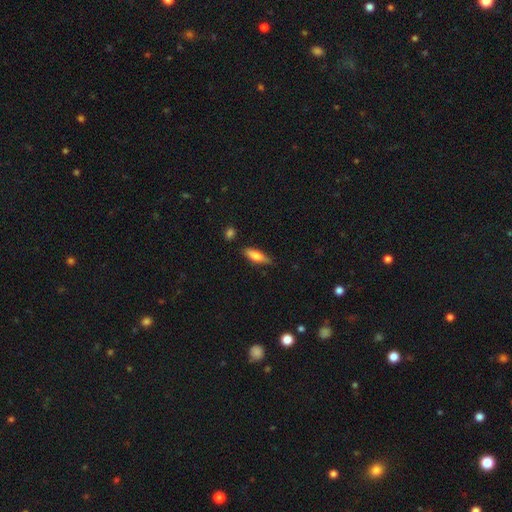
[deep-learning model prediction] smooth 72%, featured or disk 21%, star or artifact 6%. Down the decision tree: how rounded — cigar-shaped (52%); merging — none (80%).